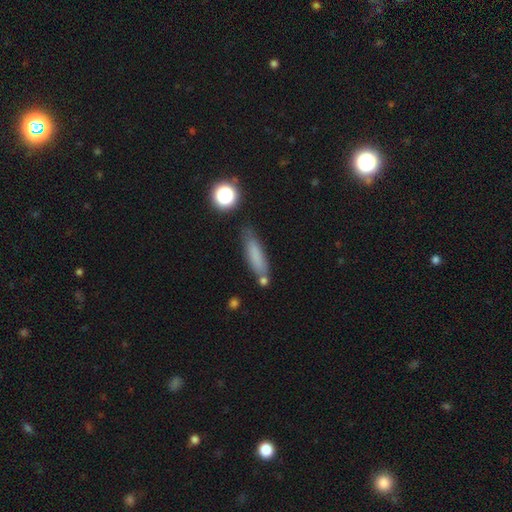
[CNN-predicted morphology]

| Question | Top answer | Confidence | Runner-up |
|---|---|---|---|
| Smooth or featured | smooth | 74% | featured or disk (14%) |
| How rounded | cigar-shaped | 69% | in between (28%) |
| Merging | none | 69% | minor disturbance (17%) |